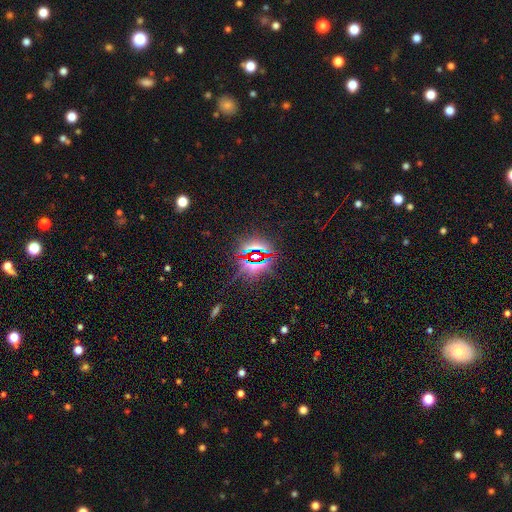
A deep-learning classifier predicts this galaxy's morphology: Smooth or featured?
  - star or artifact: 76% *
  - smooth: 15%
  - featured or disk: 9%